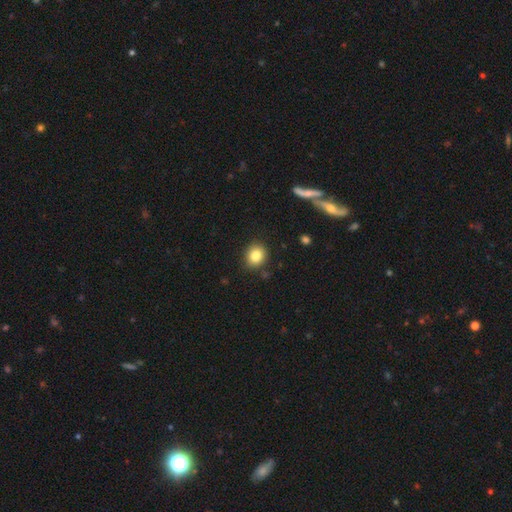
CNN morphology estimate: smooth_or_featured: smooth (p=0.83) [alt: star or artifact p=0.10]
how_rounded: round (p=0.75) [alt: in between p=0.24]
merging: none (p=0.88) [alt: minor disturbance p=0.08]